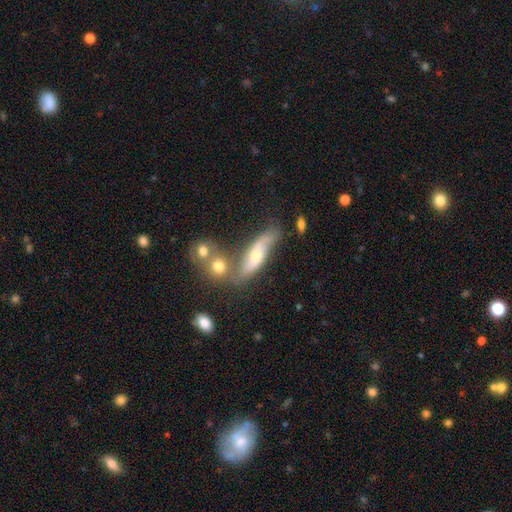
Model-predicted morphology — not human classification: Q: Smooth or featured?
A: featured or disk (56%); runner-up: smooth (36%)
Q: Edge-on disk?
A: no (58%); runner-up: yes (42%)
Q: Merging?
A: none (49%); runner-up: merger (21%)